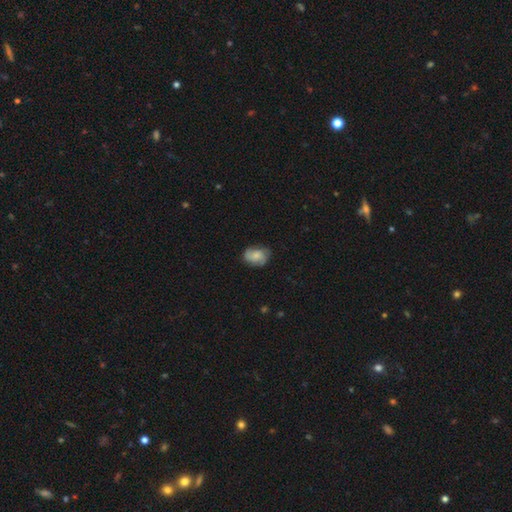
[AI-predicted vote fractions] A smooth galaxy with no disk features (56%) that is in between round and cigar-shaped (67%). Merging: none (70%).